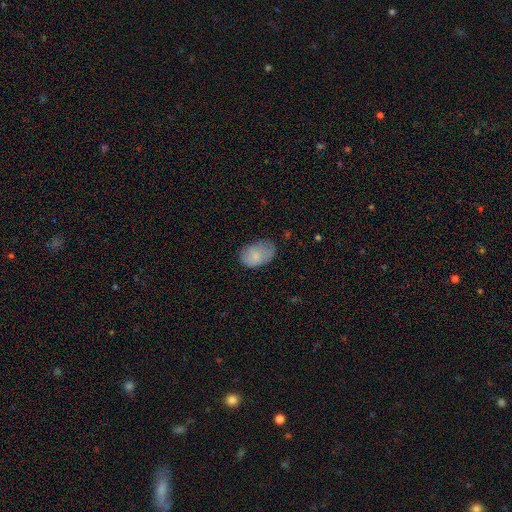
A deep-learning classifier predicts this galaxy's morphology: smooth 80%, featured or disk 13%, star or artifact 8%. Down the decision tree: how rounded — in between (88%); merging — none (54%).